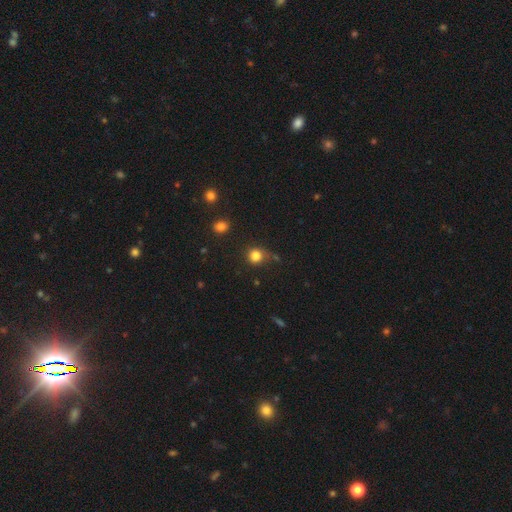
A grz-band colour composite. It shows a smooth galaxy with no disk features (92%) that is round (86%). Merging: none (69%).